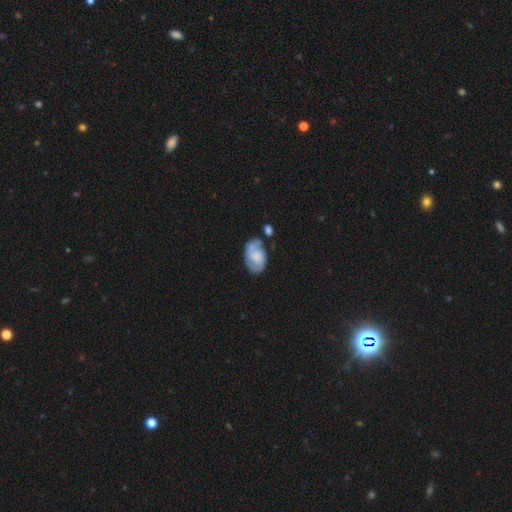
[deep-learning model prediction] Smooth or featured: featured or disk — 64% (smooth — 29%)
Edge-on disk: no — 97% (yes — 3%)
Bar: no — 66% (weak — 29%)
Spiral arms: yes — 90% (no — 10%)
Spiral winding: medium — 41% (tight — 40%)
Spiral arm count: 2 — 64% (1 — 14%)
Bulge size: small — 38% (none — 29%)
Merging: none — 52% (minor disturbance — 25%)